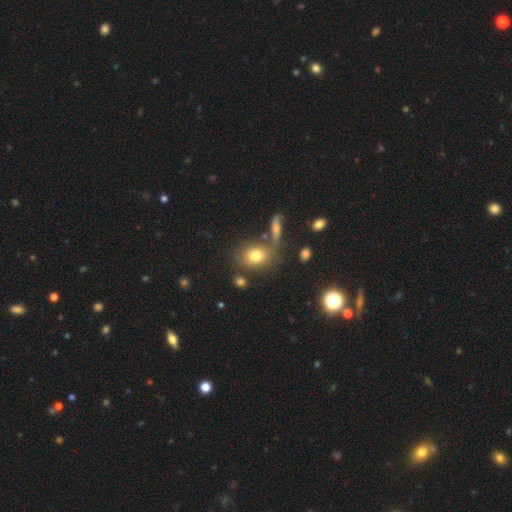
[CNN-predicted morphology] Smooth or featured? smooth (76%)
How rounded? round (54%)
Merging? none (64%)